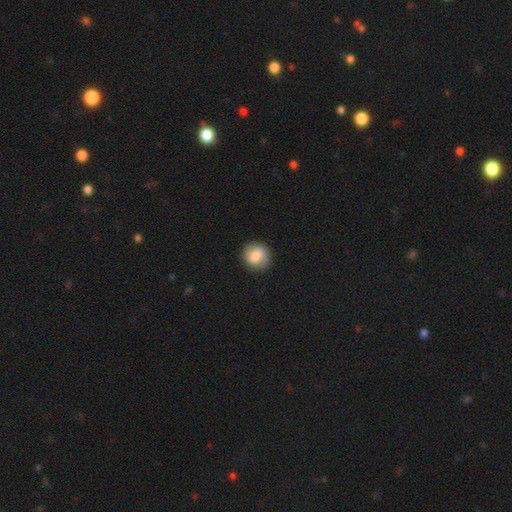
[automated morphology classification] Q: Smooth or featured?
A: smooth (71%); runner-up: featured or disk (22%)
Q: How rounded?
A: round (82%); runner-up: in between (16%)
Q: Merging?
A: none (86%); runner-up: minor disturbance (10%)